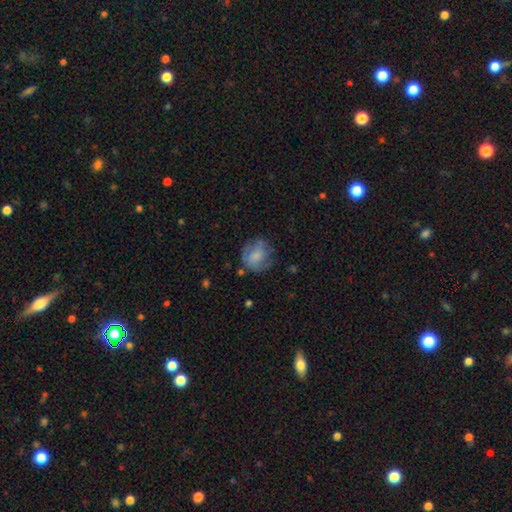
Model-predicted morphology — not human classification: This appears to be a smooth galaxy with no disk features (61%) that is round (77%). Merging: none (58%).